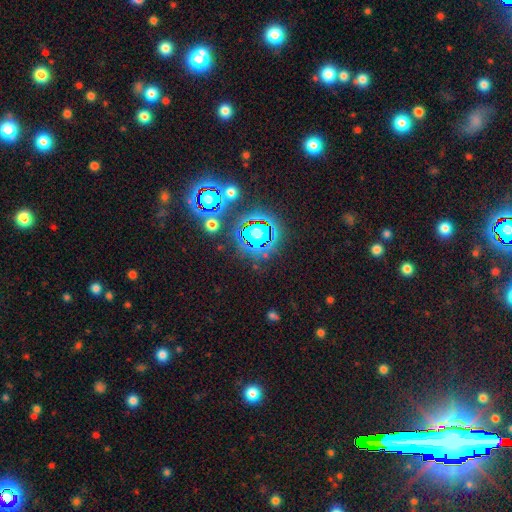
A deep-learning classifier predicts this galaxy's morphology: Smooth or featured: star or artifact — 80% (smooth — 13%)